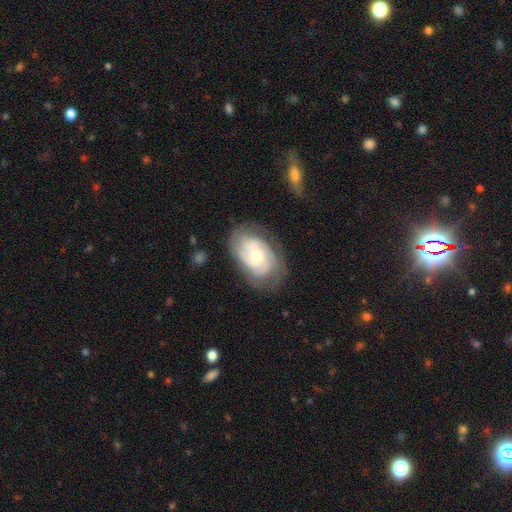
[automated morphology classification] Smooth or featured? featured or disk (78%)
Edge-on disk? no (97%)
Bar? no (65%)
Spiral arms? yes (94%)
Spiral winding? tight (56%)
Spiral arm count? can't tell (29%)
Bulge size? moderate (53%)
Merging? none (71%)